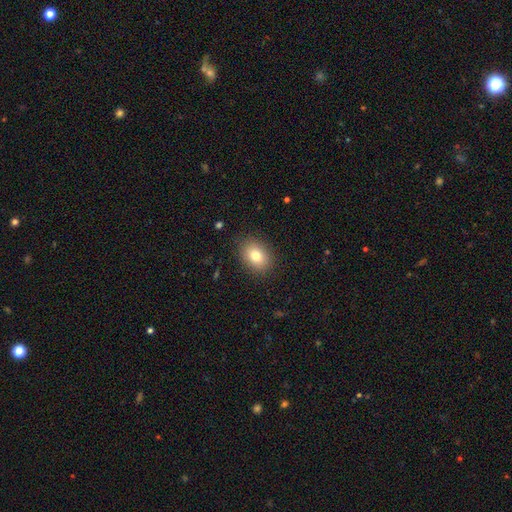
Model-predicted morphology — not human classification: This appears to be a smooth galaxy with no disk features (79%) that is in between round and cigar-shaped (61%). Merging: none (88%).